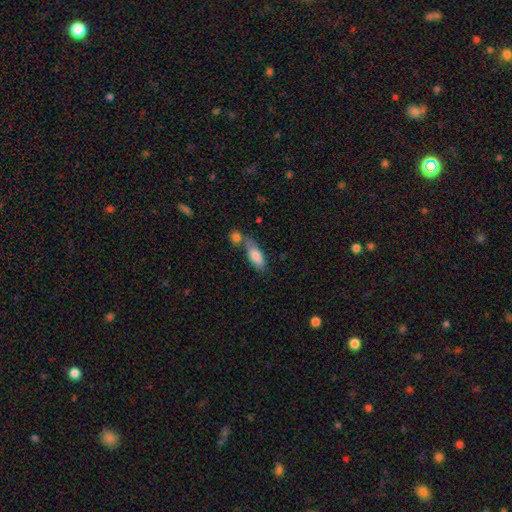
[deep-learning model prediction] Q: Smooth or featured?
A: smooth (82%); runner-up: featured or disk (11%)
Q: How rounded?
A: in between (75%); runner-up: cigar-shaped (22%)
Q: Merging?
A: none (42%); runner-up: merger (36%)